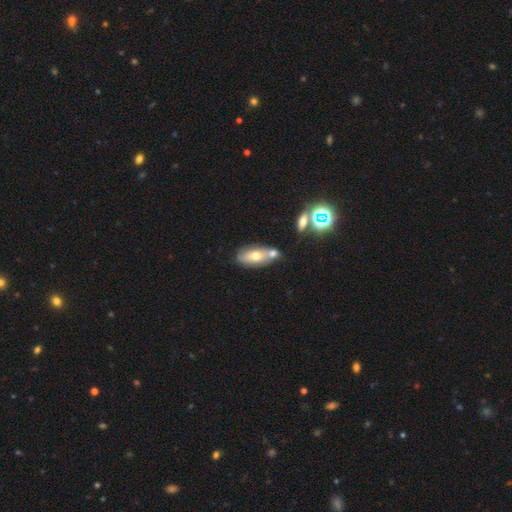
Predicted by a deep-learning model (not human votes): Smooth or featured: smooth — 57% (featured or disk — 33%)
How rounded: in between — 84% (cigar-shaped — 11%)
Merging: none — 45% (merger — 36%)